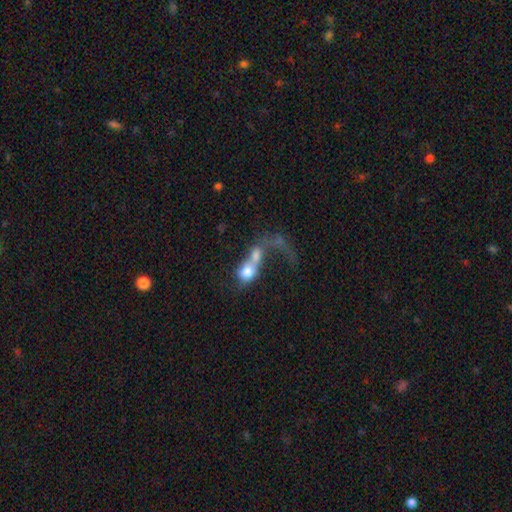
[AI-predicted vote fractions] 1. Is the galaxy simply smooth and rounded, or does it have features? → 59% smooth, 31% featured or disk, 10% star or artifact.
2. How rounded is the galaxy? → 52% in between, 43% round, 5% cigar-shaped.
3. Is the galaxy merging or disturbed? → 69% merger, 18% major disturbance, 9% none, 5% minor disturbance.